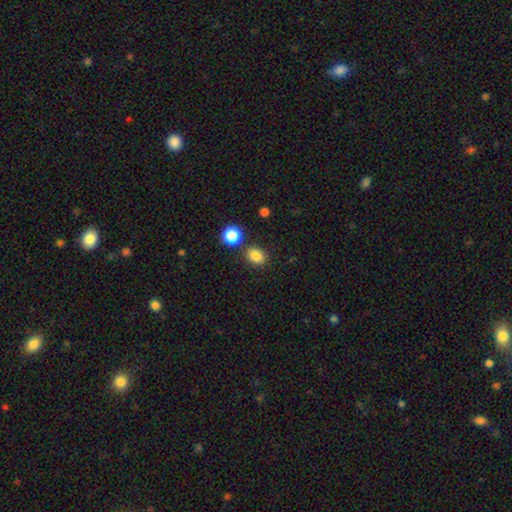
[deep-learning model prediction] Smooth or featured? Predicted: smooth (p=0.84). How rounded? Predicted: in between (p=0.59). Merging? Predicted: none (p=0.78).